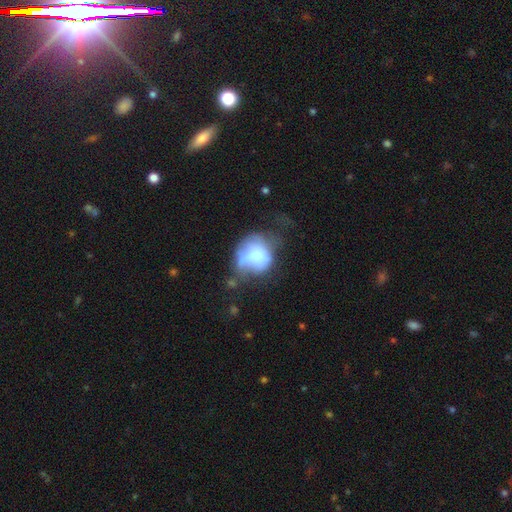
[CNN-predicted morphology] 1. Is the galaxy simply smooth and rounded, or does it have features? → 57% smooth, 33% featured or disk, 10% star or artifact.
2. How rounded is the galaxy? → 53% round, 46% in between, 1% cigar-shaped.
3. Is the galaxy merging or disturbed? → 42% major disturbance, 24% minor disturbance, 21% none, 13% merger.